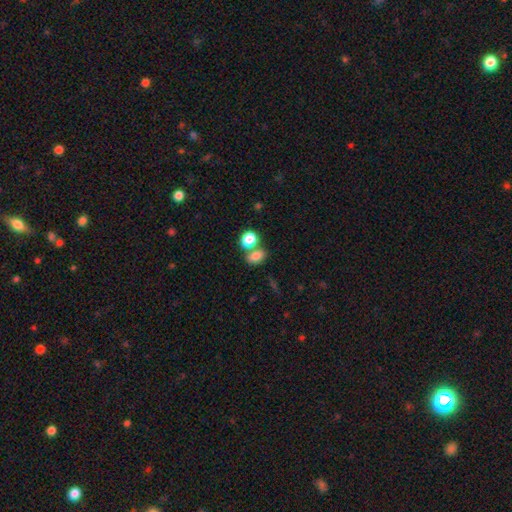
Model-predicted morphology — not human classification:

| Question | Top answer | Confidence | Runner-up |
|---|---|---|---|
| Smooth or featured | smooth | 79% | star or artifact (12%) |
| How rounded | in between | 65% | round (33%) |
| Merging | none | 48% | merger (37%) |